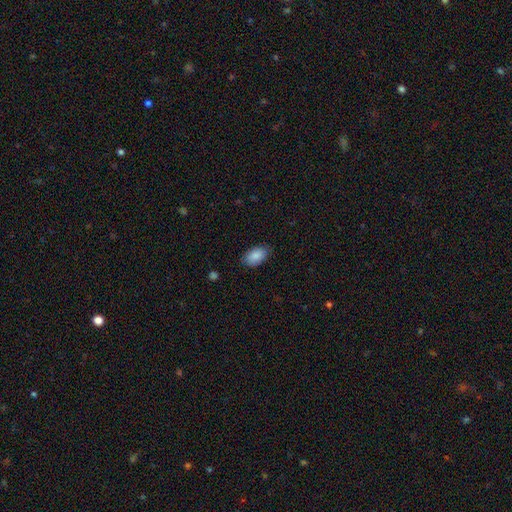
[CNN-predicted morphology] Smooth or featured?
  - smooth: 88% *
  - star or artifact: 6%
  - featured or disk: 6%
How rounded?
  - in between: 94% *
  - round: 5%
  - cigar-shaped: 2%
Merging?
  - none: 82% *
  - minor disturbance: 14%
  - major disturbance: 3%
  - merger: 1%